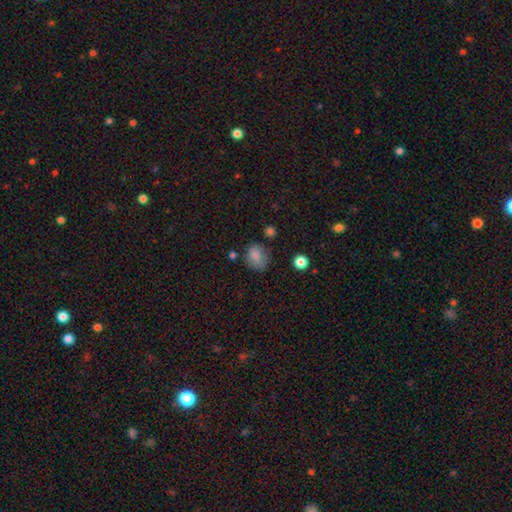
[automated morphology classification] Smooth or featured? smooth (81%)
How rounded? round (53%)
Merging? none (59%)